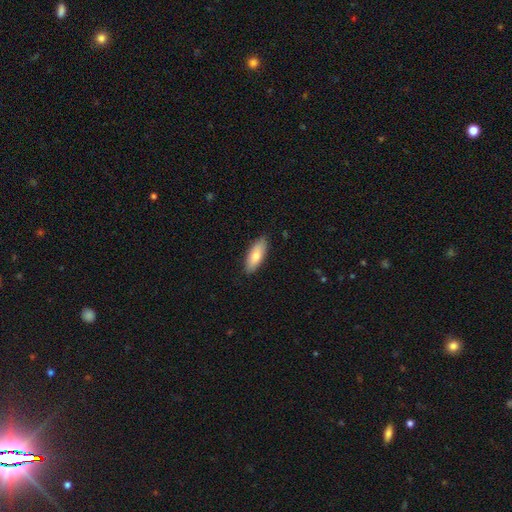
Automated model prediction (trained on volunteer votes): Smooth or featured? smooth (77%)
How rounded? in between (70%)
Merging? none (87%)